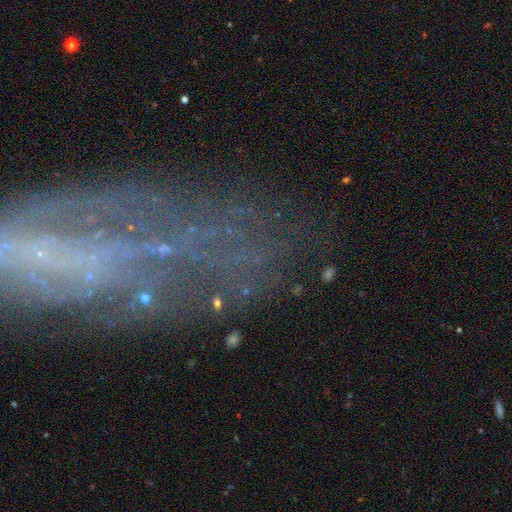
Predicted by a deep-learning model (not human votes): This is likely a featured or disk galaxy (62%). It is clearly not viewed edge-on (88%). Bar: likely no (62%). Spiral arm pattern: possibly yes (58%). Central bulge: marginally small (43%). Merging: possibly none (58%).